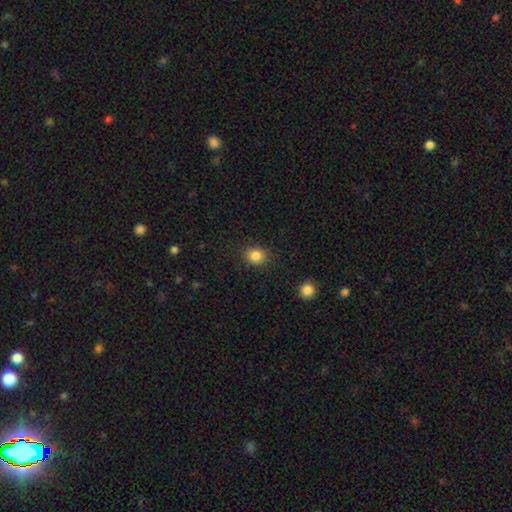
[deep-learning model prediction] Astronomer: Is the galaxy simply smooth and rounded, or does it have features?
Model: smooth — 85%.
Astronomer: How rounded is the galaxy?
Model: round — 73%.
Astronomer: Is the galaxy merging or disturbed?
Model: none — 87%.